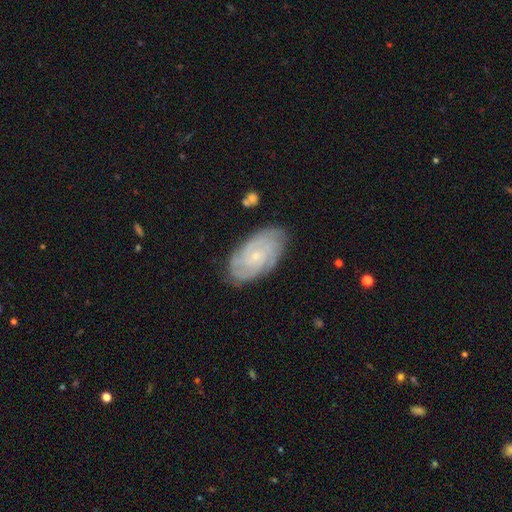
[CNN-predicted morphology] This is clearly a featured or disk galaxy (81%). It is clearly not viewed edge-on (96%). Bar: likely no (71%). Spiral arm pattern: clearly yes (96%). Spiral arm count: marginally can't tell (27%). Spiral winding: likely tight (72%). Central bulge: clearly small (80%). Merging: clearly none (80%).